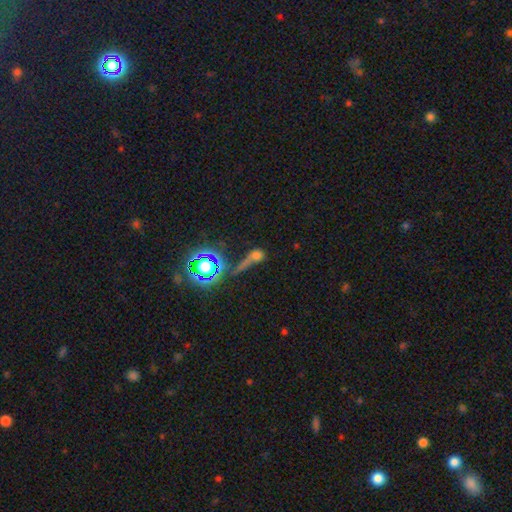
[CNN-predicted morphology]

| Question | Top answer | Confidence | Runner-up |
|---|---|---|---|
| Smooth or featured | smooth | 51% | star or artifact (31%) |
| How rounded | round | 49% | in between (34%) |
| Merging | merger | 35% | none (33%) |